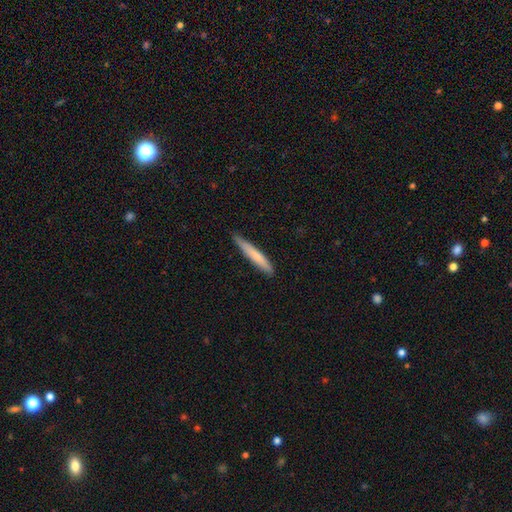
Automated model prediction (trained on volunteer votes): Q: Smooth or featured?
A: smooth (71%); runner-up: featured or disk (24%)
Q: How rounded?
A: cigar-shaped (95%); runner-up: in between (4%)
Q: Merging?
A: none (79%); runner-up: minor disturbance (17%)